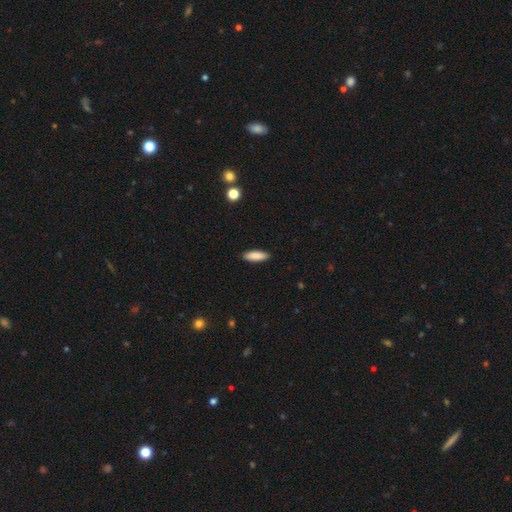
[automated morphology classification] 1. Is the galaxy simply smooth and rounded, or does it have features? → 88% smooth, 6% star or artifact, 6% featured or disk.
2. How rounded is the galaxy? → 55% in between, 43% cigar-shaped, 2% round.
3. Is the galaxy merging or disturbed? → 90% none, 7% minor disturbance, 2% major disturbance, 1% merger.